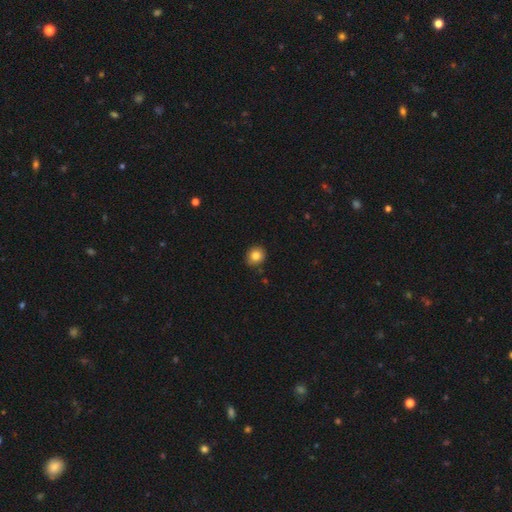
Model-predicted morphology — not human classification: smooth 82%, star or artifact 10%, featured or disk 7%. Down the decision tree: how rounded — round (87%); merging — none (89%).